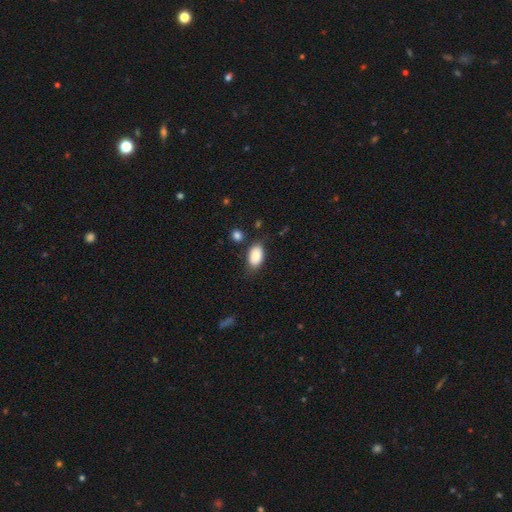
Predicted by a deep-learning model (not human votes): Q: Smooth or featured?
A: smooth (88%); runner-up: star or artifact (7%)
Q: How rounded?
A: in between (92%); runner-up: round (6%)
Q: Merging?
A: none (71%); runner-up: minor disturbance (19%)